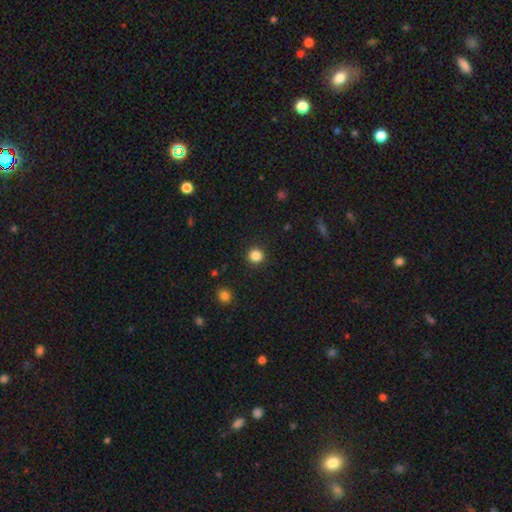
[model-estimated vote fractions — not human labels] Smooth or featured: smooth — 84% (star or artifact — 12%)
How rounded: round — 94% (in between — 5%)
Merging: none — 92% (minor disturbance — 5%)